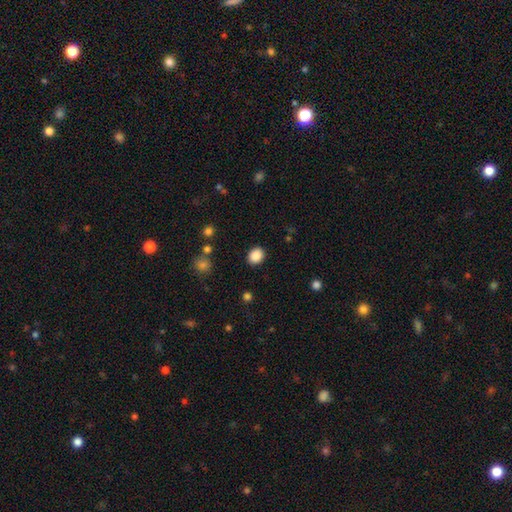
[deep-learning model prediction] The model was most divided on "how rounded": round: 55%, in between: 44%, cigar-shaped: 1%. More confident: merging — none (89%); smooth or featured — smooth (88%).